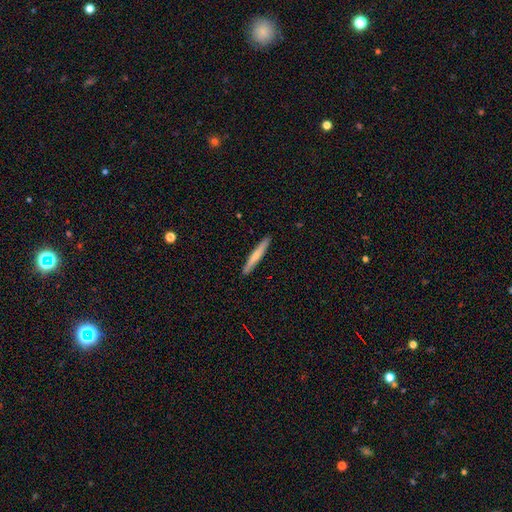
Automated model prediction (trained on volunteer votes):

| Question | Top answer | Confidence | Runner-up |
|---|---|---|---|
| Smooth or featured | smooth | 59% | featured or disk (36%) |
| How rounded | cigar-shaped | 95% | in between (3%) |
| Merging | none | 92% | minor disturbance (6%) |